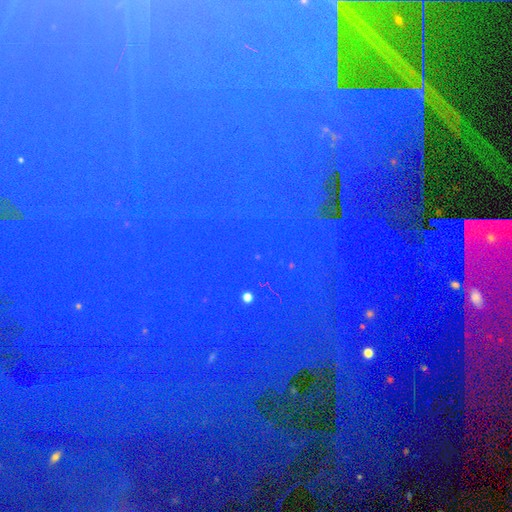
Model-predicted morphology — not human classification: smooth-or-featured: star or artifact: 83% | smooth: 9% | featured or disk: 8%